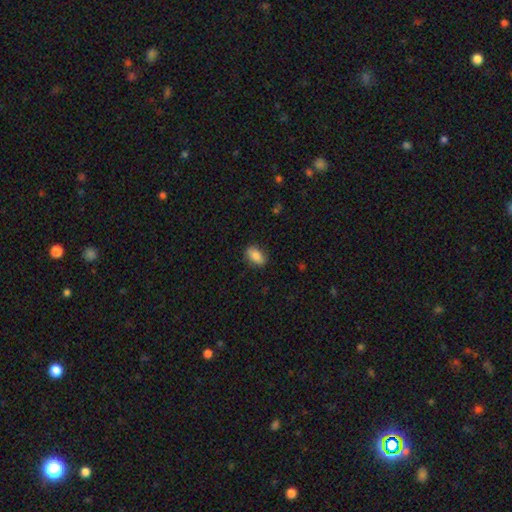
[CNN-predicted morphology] This is clearly a smooth galaxy (83%). How rounded: clearly in between (88%). Merging: clearly none (84%).